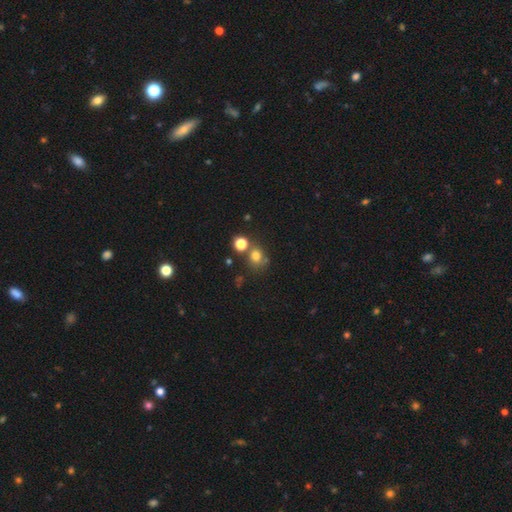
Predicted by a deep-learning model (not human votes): A smooth galaxy with no disk features (72%) that is round (76%). Merging: none (59%).